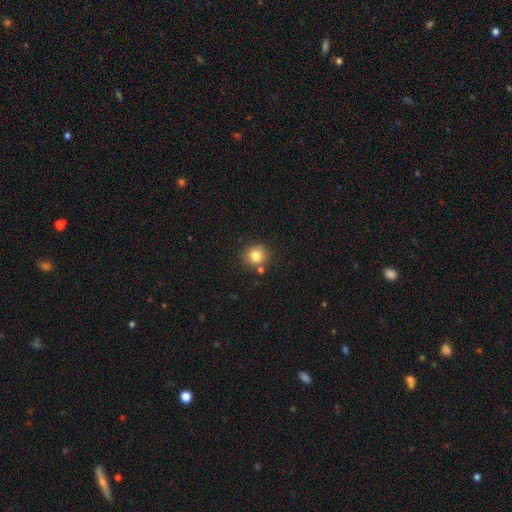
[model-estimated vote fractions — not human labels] Smooth or featured: smooth — 81% (star or artifact — 12%)
How rounded: round — 87% (in between — 12%)
Merging: none — 79% (minor disturbance — 10%)